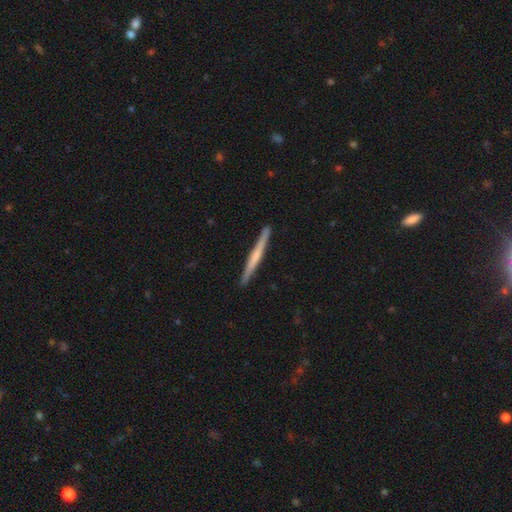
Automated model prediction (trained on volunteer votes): Smooth or featured?
  - featured or disk: 54% *
  - smooth: 41%
  - star or artifact: 5%
Edge-on disk?
  - yes: 98% *
  - no: 2%
Edge-on bulge?
  - none: 57% *
  - rounded: 31%
  - boxy: 12%
Merging?
  - none: 91% *
  - minor disturbance: 6%
  - major disturbance: 1%
  - merger: 1%